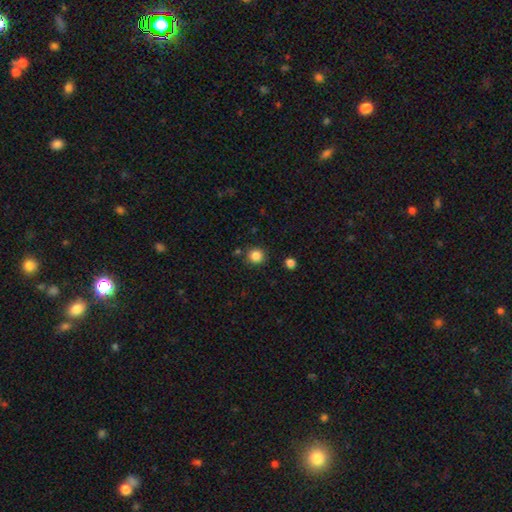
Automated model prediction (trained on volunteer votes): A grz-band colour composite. It shows a smooth galaxy with no disk features (85%) that is round (92%). Merging: none (87%).